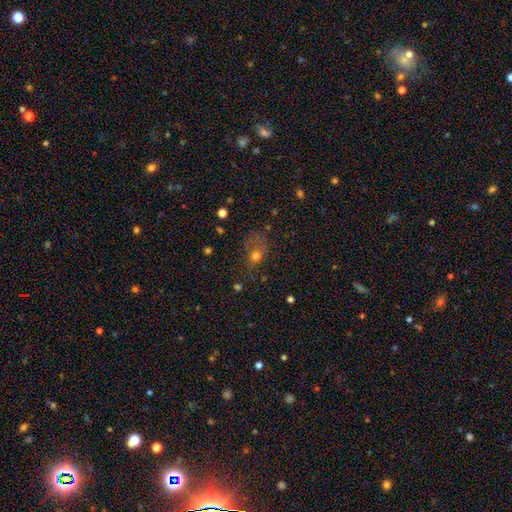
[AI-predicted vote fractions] A smooth galaxy with no disk features (59%) that is in between round and cigar-shaped (54%).

Vote fractions:
- Smooth or featured? smooth: 59% / featured or disk: 23% / star or artifact: 19%
- How rounded? in between: 54% / round: 44% / cigar-shaped: 2%
- Merging? major disturbance: 42% / none: 30% / minor disturbance: 22% / merger: 6%